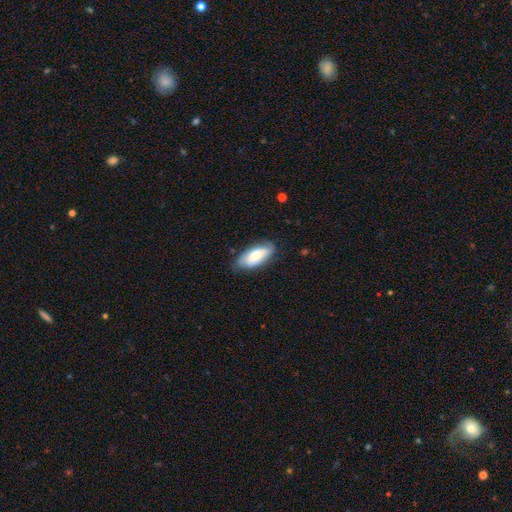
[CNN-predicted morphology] Overall: smooth (62%; featured or disk 32%). How rounded: in between (88%). Merging: none (74%).